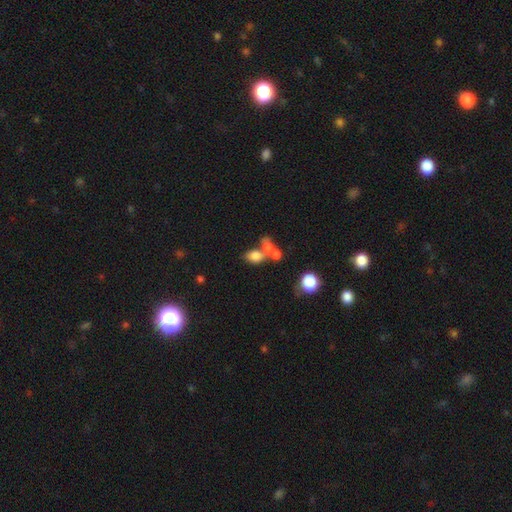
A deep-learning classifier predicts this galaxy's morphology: Smooth or featured: smooth — 73% (featured or disk — 14%)
How rounded: in between — 67% (round — 31%)
Merging: merger — 51% (none — 31%)